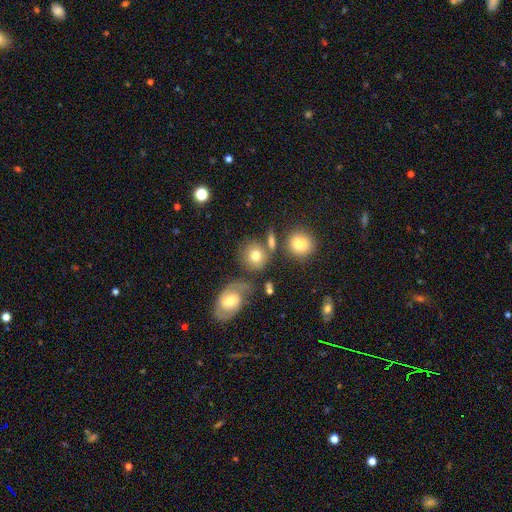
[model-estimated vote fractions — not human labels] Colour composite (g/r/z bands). It shows a smooth galaxy with no disk features (73%) that is round (80%). Merging: none (60%).